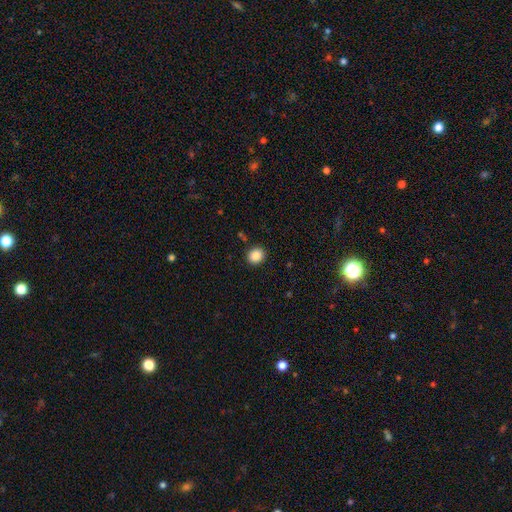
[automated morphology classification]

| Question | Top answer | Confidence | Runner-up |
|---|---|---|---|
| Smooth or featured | smooth | 86% | star or artifact (9%) |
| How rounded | round | 80% | in between (19%) |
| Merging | none | 91% | minor disturbance (6%) |